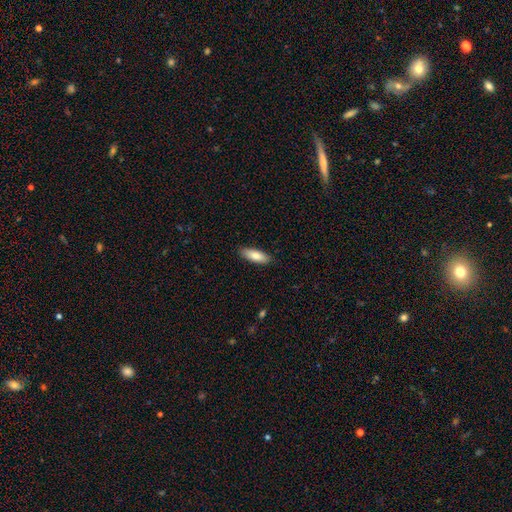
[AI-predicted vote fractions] smooth_or_featured: smooth (p=0.80) [alt: featured or disk p=0.14]
how_rounded: in between (p=0.60) [alt: cigar-shaped p=0.38]
merging: none (p=0.88) [alt: minor disturbance p=0.09]